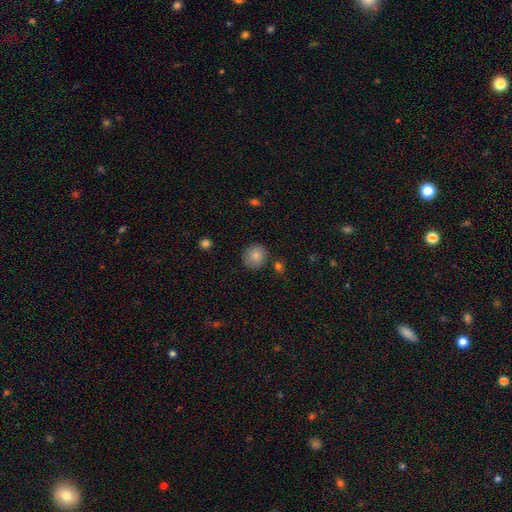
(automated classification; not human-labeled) Smooth or featured: smooth — 84% (star or artifact — 9%)
How rounded: round — 86% (in between — 13%)
Merging: none — 81% (minor disturbance — 12%)